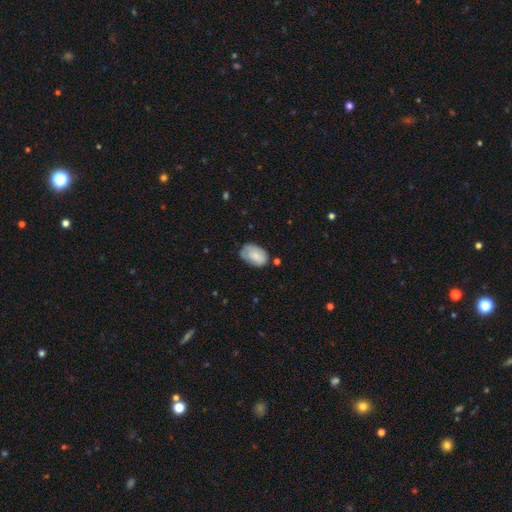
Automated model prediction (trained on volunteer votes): Q: Smooth or featured?
A: smooth (76%); runner-up: featured or disk (18%)
Q: How rounded?
A: in between (90%); runner-up: round (9%)
Q: Merging?
A: none (60%); runner-up: minor disturbance (30%)